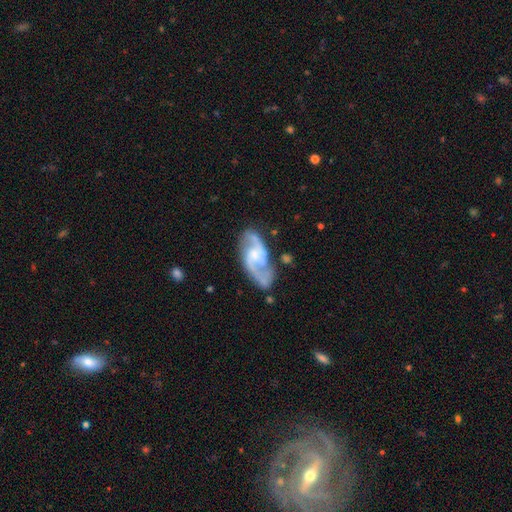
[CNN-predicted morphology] Smooth or featured? Predicted: featured or disk (p=0.87). Edge-on disk? Predicted: no (p=0.96). Bar? Predicted: no (p=0.46). Spiral arms? Predicted: yes (p=0.96). Spiral winding? Predicted: medium (p=0.55). Spiral arm count? Predicted: 2 (p=0.88). Bulge size? Predicted: small (p=0.48). Merging? Predicted: none (p=0.71).